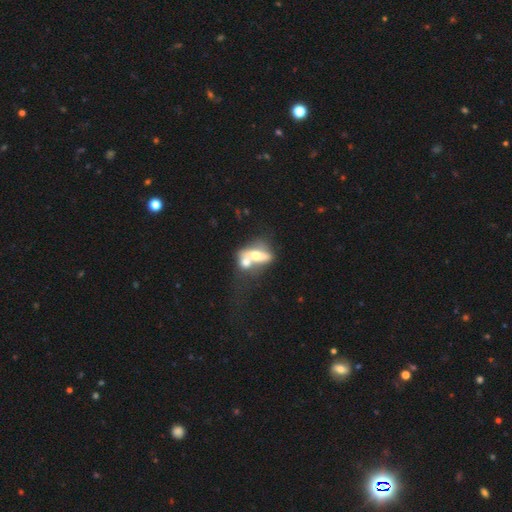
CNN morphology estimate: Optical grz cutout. It shows a featured or disk galaxy (49%). Merging: merger (62%).